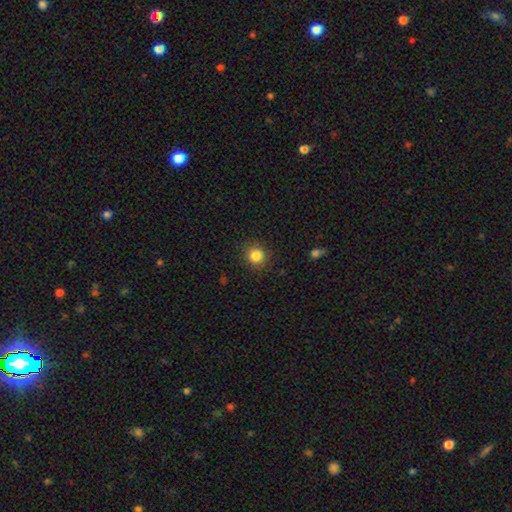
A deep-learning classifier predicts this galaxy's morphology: Smooth or featured?
  - smooth: 84% *
  - star or artifact: 11%
  - featured or disk: 5%
How rounded?
  - round: 91% *
  - in between: 9%
  - cigar-shaped: 1%
Merging?
  - none: 89% *
  - minor disturbance: 7%
  - major disturbance: 3%
  - merger: 1%